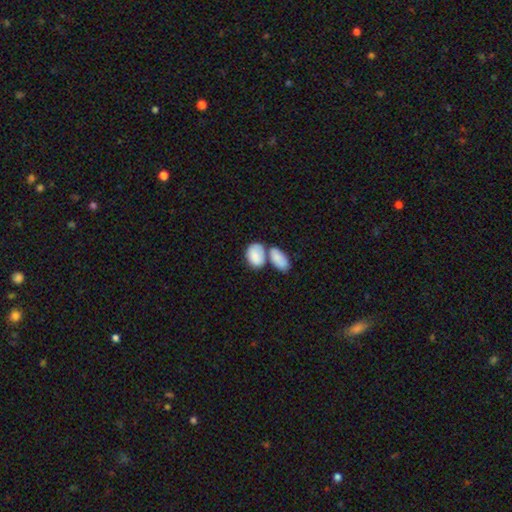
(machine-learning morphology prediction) Q: Smooth or featured?
A: smooth (84%); runner-up: featured or disk (10%)
Q: How rounded?
A: in between (89%); runner-up: round (10%)
Q: Merging?
A: merger (50%); runner-up: none (32%)